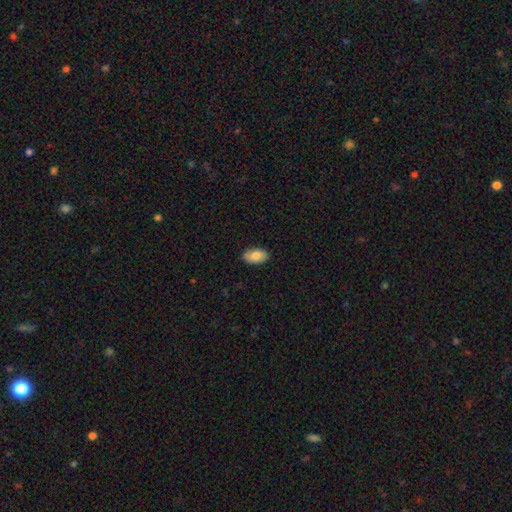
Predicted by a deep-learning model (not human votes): A smooth galaxy with no disk features (81%) that is in between round and cigar-shaped (94%).

Vote fractions:
- Smooth or featured? smooth: 81% / featured or disk: 13% / star or artifact: 7%
- How rounded? in between: 94% / round: 5% / cigar-shaped: 2%
- Merging? none: 86% / minor disturbance: 11% / major disturbance: 2% / merger: 1%